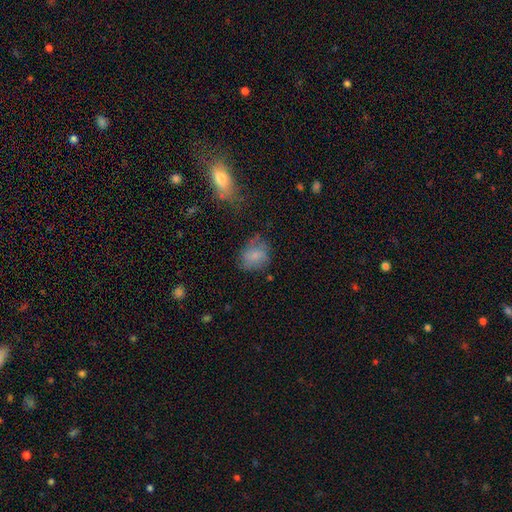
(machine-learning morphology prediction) Q: Smooth or featured?
A: smooth (71%); runner-up: featured or disk (19%)
Q: How rounded?
A: in between (51%); runner-up: round (48%)
Q: Merging?
A: none (54%); runner-up: minor disturbance (28%)